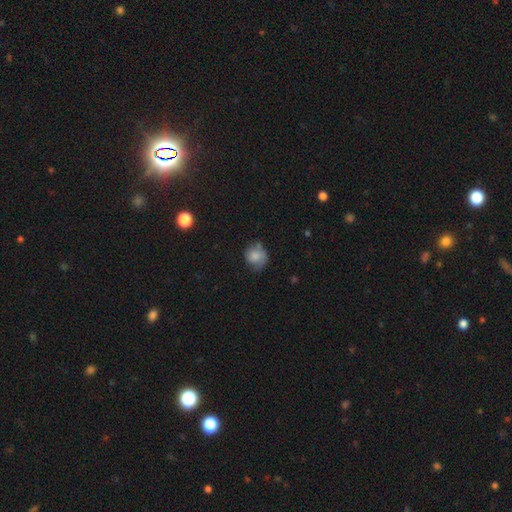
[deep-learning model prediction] smooth-or-featured: smooth: 71% | featured or disk: 20% | star or artifact: 8%
  how-rounded: round: 76% | in between: 23% | cigar-shaped: 1%
  merging: none: 53% | minor disturbance: 32% | major disturbance: 12% | merger: 2%